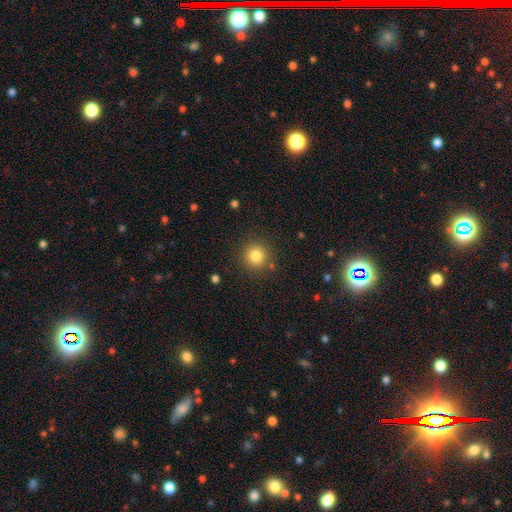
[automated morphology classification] The model was most divided on "smooth or featured": smooth: 82%, star or artifact: 12%, featured or disk: 6%. More confident: how rounded — round (94%); merging — none (88%).